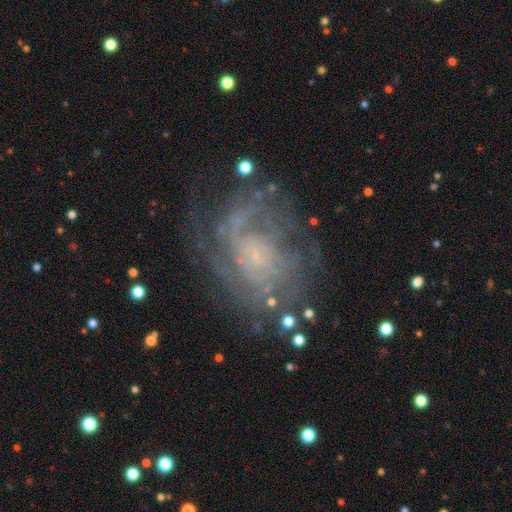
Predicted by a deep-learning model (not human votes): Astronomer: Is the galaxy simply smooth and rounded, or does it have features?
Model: featured or disk — 76%.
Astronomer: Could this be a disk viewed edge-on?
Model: no — 97%.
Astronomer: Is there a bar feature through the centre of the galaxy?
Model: no — 74%.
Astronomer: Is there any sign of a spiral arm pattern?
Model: yes — 86%.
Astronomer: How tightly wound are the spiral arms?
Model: tight — 52% (runner-up: medium, 33%).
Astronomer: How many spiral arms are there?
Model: can't tell — 47%.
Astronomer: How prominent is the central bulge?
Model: small — 61%.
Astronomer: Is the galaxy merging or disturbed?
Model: none — 67%.